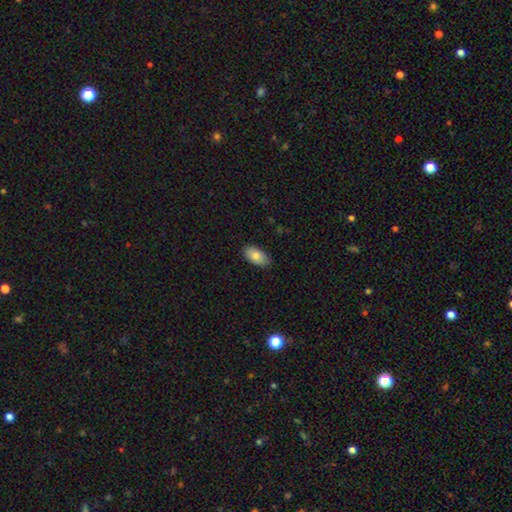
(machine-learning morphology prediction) smooth_or_featured: smooth (p=0.81) [alt: featured or disk p=0.12]
how_rounded: in between (p=0.94) [alt: round p=0.04]
merging: none (p=0.86) [alt: minor disturbance p=0.11]